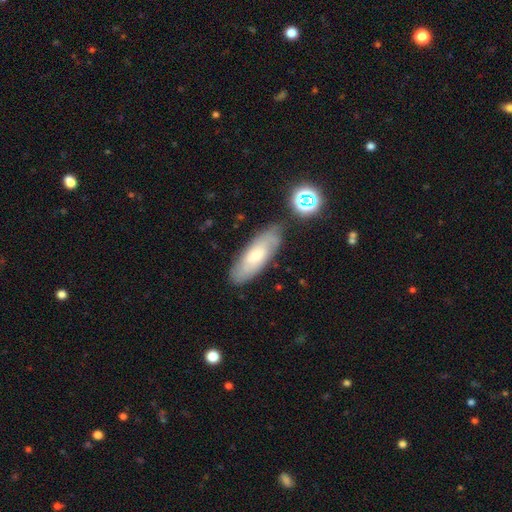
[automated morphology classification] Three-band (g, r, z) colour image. It shows a smooth galaxy with no disk features (47%). Merging: none (76%).